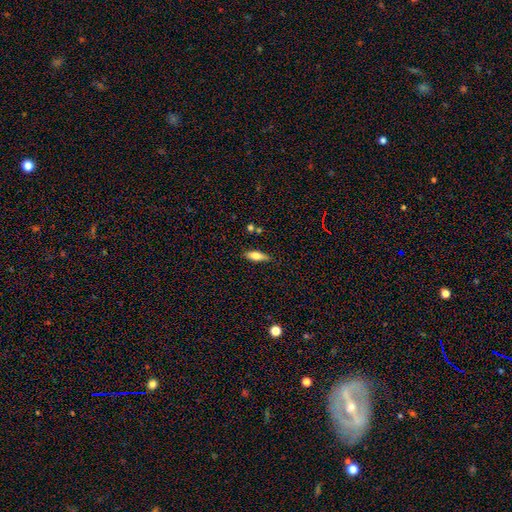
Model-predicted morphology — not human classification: Q: Smooth or featured?
A: smooth (63%); runner-up: featured or disk (30%)
Q: How rounded?
A: in between (56%); runner-up: cigar-shaped (41%)
Q: Merging?
A: none (81%); runner-up: minor disturbance (13%)